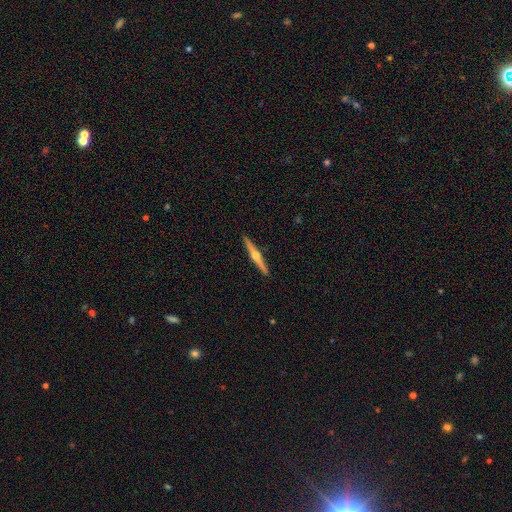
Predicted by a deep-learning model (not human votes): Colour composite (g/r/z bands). It shows a featured or disk galaxy (77%) viewed edge-on (98%) with a rounded central bulge (95%). Merging: none (92%).